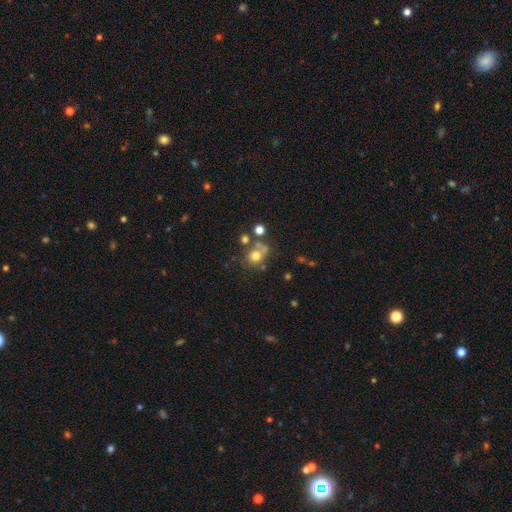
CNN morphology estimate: smooth 67%, featured or disk 17%, star or artifact 16%. Down the decision tree: how rounded — round (76%); merging — none (47%).